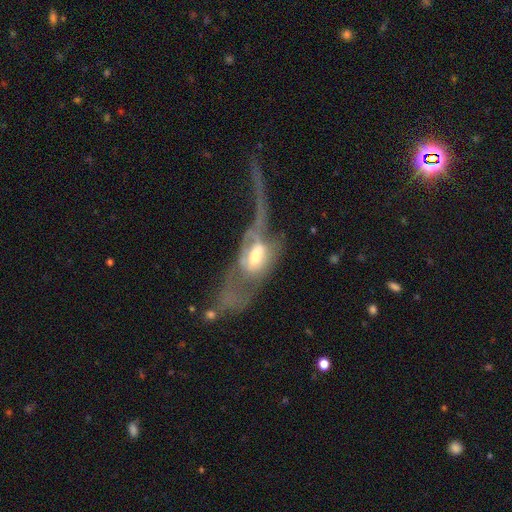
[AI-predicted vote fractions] featured or disk 63%, smooth 29%, star or artifact 7%. Down the decision tree: edge-on disk — no (81%); bar — no (52%); spiral arms — no (54%); bulge size — moderate (48%); merging — major disturbance (64%).